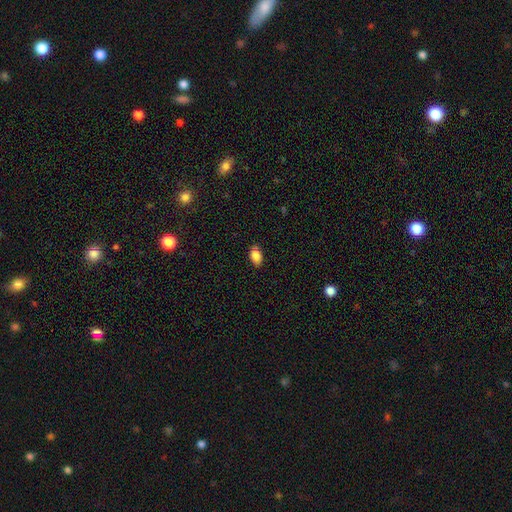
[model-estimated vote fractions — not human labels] smooth_or_featured: smooth (p=0.84) [alt: star or artifact p=0.08]
how_rounded: in between (p=0.88) [alt: round p=0.10]
merging: none (p=0.81) [alt: minor disturbance p=0.14]